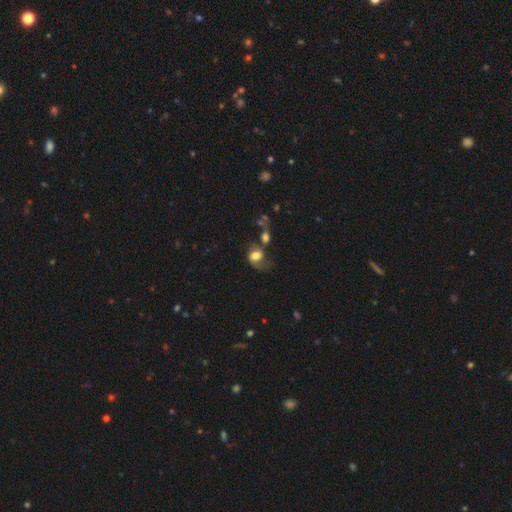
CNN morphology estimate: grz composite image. It shows a smooth galaxy with no disk features (48%). Merging: merger (31%).